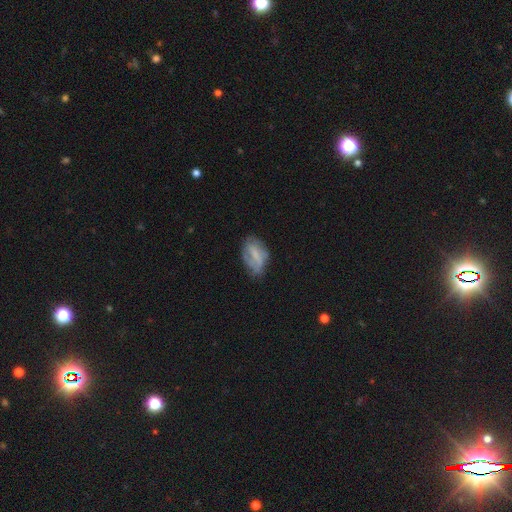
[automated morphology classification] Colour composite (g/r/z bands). It shows a featured or disk galaxy (50%). Merging: none (49%).